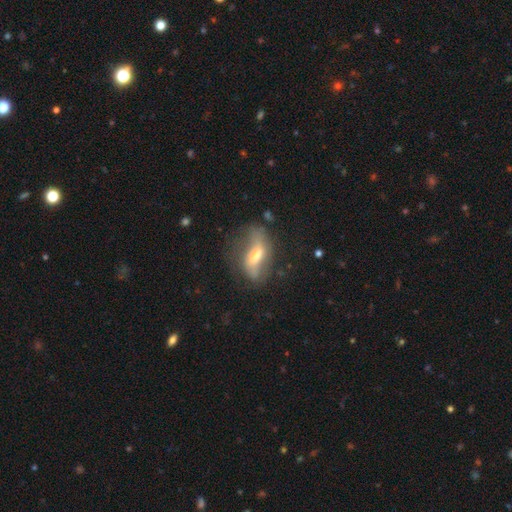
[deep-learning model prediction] Overall: featured or disk (60%; smooth 32%). Edge-on disk: no (81%). Merging: none (57%; minor disturbance 25%).